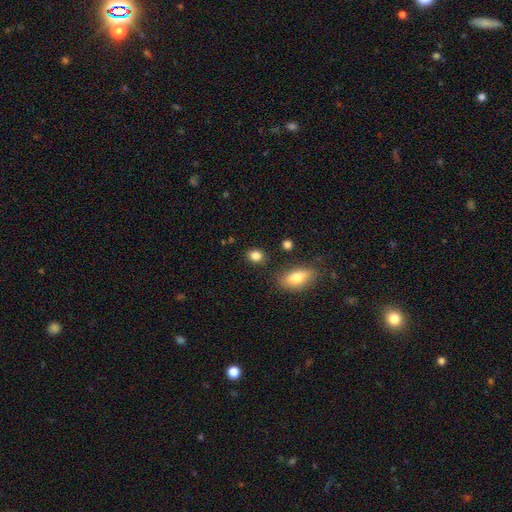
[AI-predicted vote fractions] A smooth galaxy with no disk features (85%) that is in between round and cigar-shaped (52%).

Vote fractions:
- Smooth or featured? smooth: 85% / star or artifact: 10% / featured or disk: 6%
- How rounded? in between: 52% / round: 46% / cigar-shaped: 2%
- Merging? none: 84% / minor disturbance: 10% / merger: 3% / major disturbance: 3%